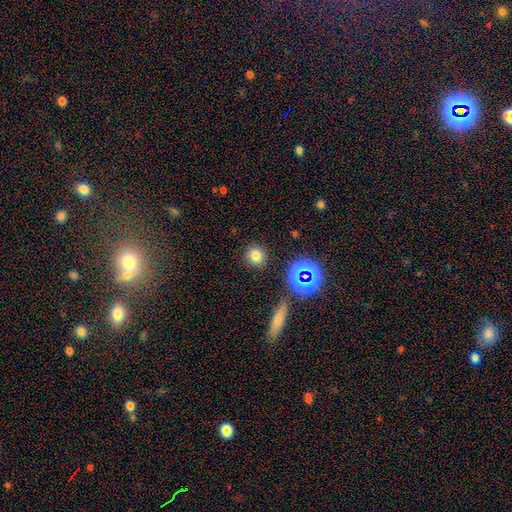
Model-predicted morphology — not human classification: smooth_or_featured: smooth (p=0.75) [alt: star or artifact p=0.18]
how_rounded: round (p=0.88) [alt: in between p=0.11]
merging: none (p=0.88) [alt: minor disturbance p=0.07]